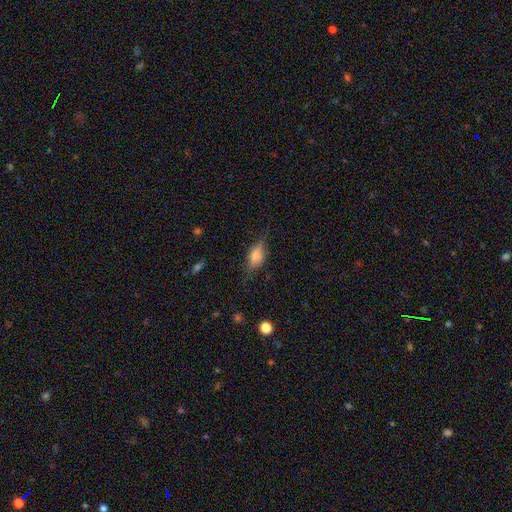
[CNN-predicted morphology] type=smooth (59%); roundness=in between (80%); merging=none (65%).